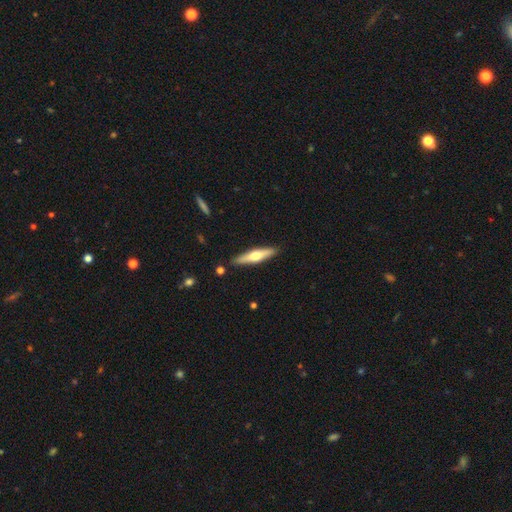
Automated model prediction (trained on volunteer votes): Overall: featured or disk (53%; smooth 42%). Edge-on disk: yes (94%). Merging: none (88%).